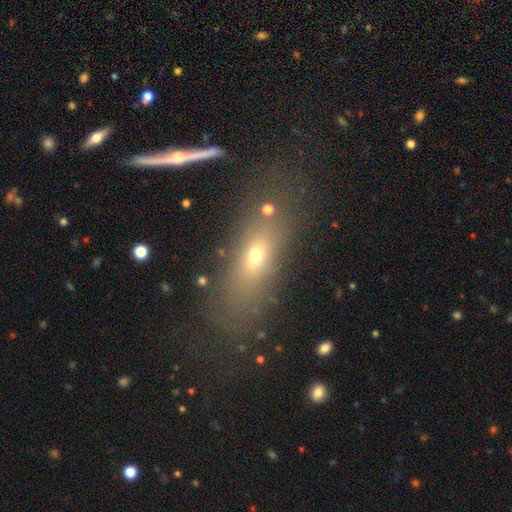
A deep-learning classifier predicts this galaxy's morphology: Overall: smooth (57%; featured or disk 25%). How rounded: in between (61%; cigar-shaped 28%). Merging: none (69%).